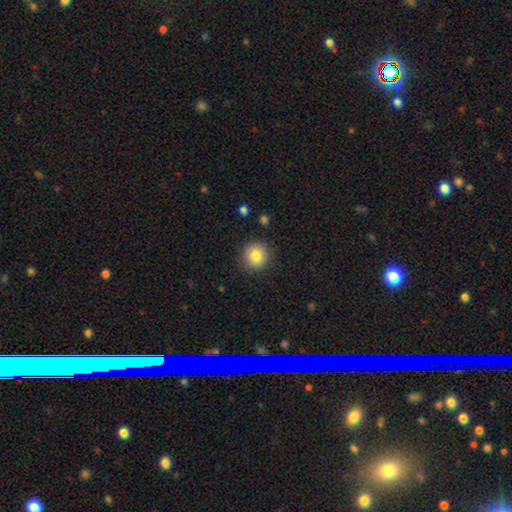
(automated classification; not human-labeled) A smooth galaxy with no disk features (83%) that is round (93%).

Vote fractions:
- Smooth or featured? smooth: 83% / star or artifact: 9% / featured or disk: 8%
- How rounded? round: 93% / in between: 6% / cigar-shaped: 1%
- Merging? none: 89% / minor disturbance: 8% / major disturbance: 2% / merger: 1%